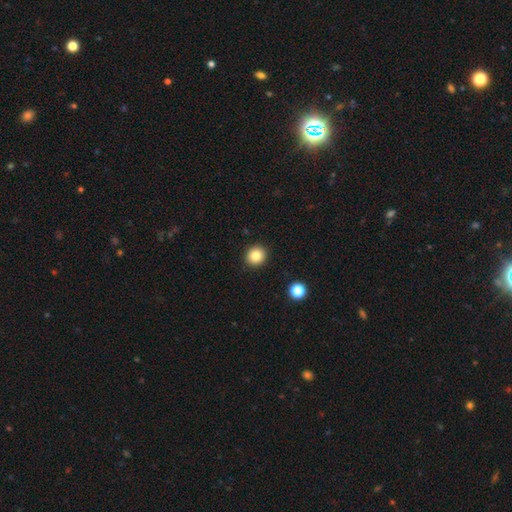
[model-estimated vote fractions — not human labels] Smooth or featured: smooth — 83% (star or artifact — 10%)
How rounded: round — 87% (in between — 12%)
Merging: none — 92% (minor disturbance — 5%)